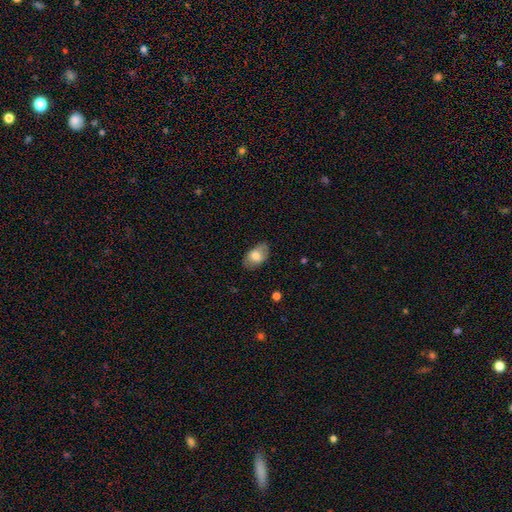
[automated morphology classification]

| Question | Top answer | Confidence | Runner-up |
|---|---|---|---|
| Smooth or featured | smooth | 73% | featured or disk (20%) |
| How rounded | in between | 91% | round (8%) |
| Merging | none | 77% | minor disturbance (18%) |